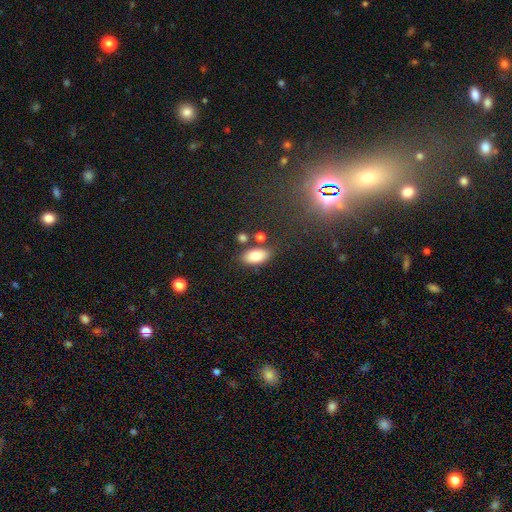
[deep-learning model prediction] Q: Smooth or featured?
A: smooth (81%); runner-up: featured or disk (10%)
Q: How rounded?
A: in between (92%); runner-up: round (6%)
Q: Merging?
A: none (75%); runner-up: minor disturbance (12%)